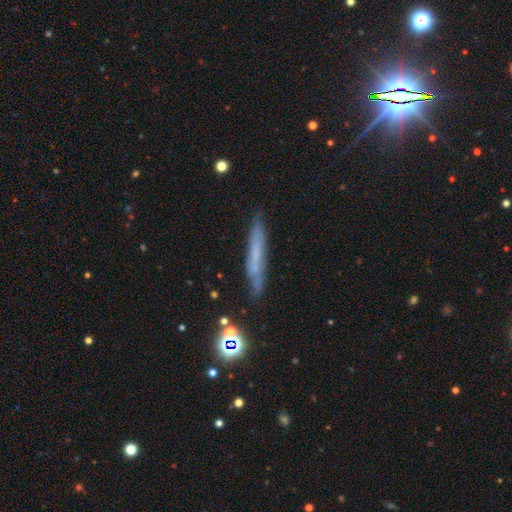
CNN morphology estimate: smooth 46%, featured or disk 40%, star or artifact 14%. Down the decision tree: merging — none (80%).